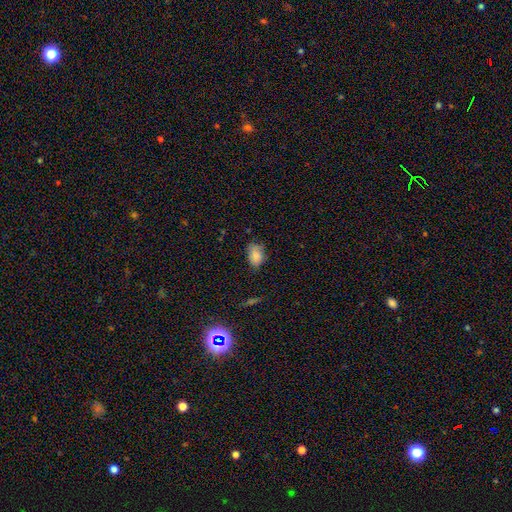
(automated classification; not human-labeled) A smooth galaxy with no disk features (82%) that is in between round and cigar-shaped (82%). Merging: none (62%).